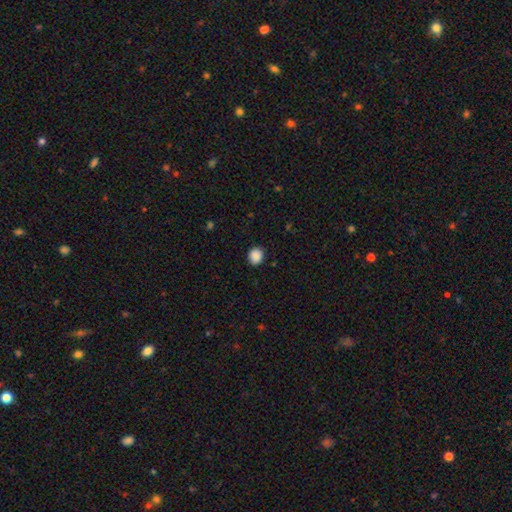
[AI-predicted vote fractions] Smooth or featured? Predicted: smooth (p=0.88). How rounded? Predicted: round (p=0.73). Merging? Predicted: none (p=0.83).